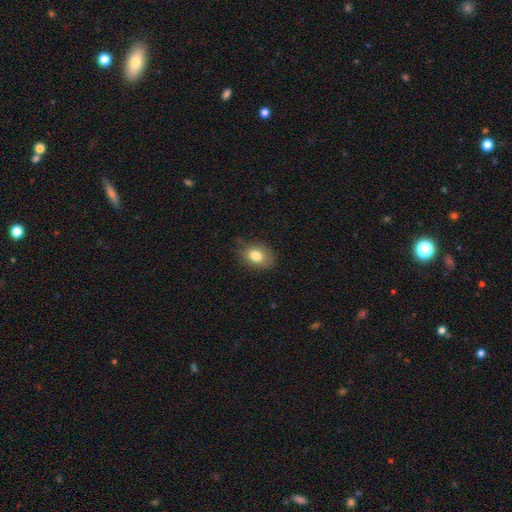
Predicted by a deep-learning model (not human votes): This is likely a smooth galaxy (80%). How rounded: likely in between (72%). Merging: likely none (77%).